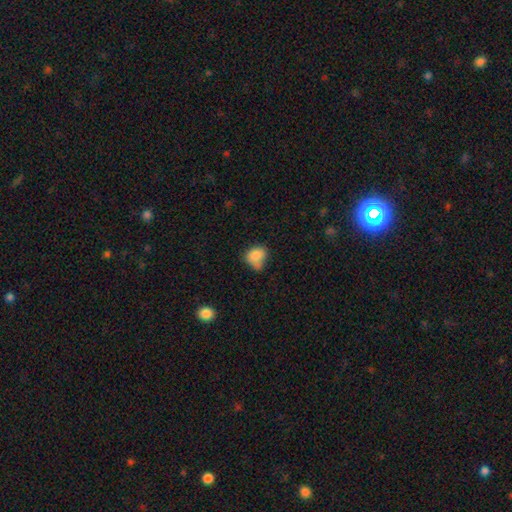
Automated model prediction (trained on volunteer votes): Smooth or featured? smooth (81%)
How rounded? in between (55%)
Merging? none (38%)